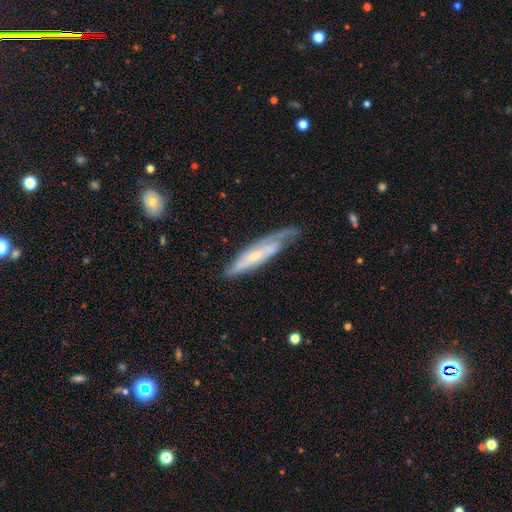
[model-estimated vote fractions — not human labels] The model was most divided on "edge-on disk": no: 52%, yes: 48%. More confident: smooth or featured — featured or disk (65%); merging — none (56%).